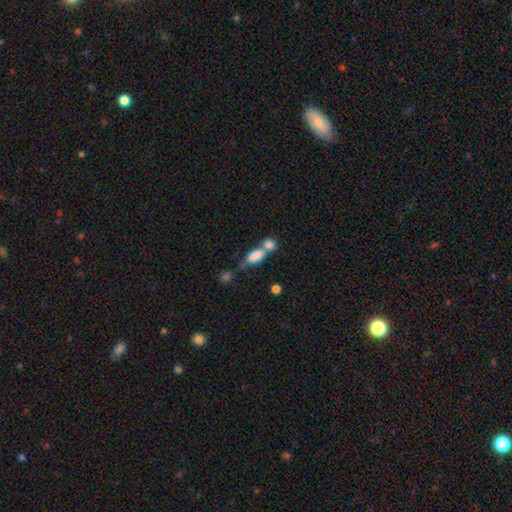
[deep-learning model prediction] Q: Smooth or featured?
A: smooth (78%); runner-up: featured or disk (13%)
Q: How rounded?
A: in between (81%); runner-up: cigar-shaped (11%)
Q: Merging?
A: merger (61%); runner-up: none (24%)